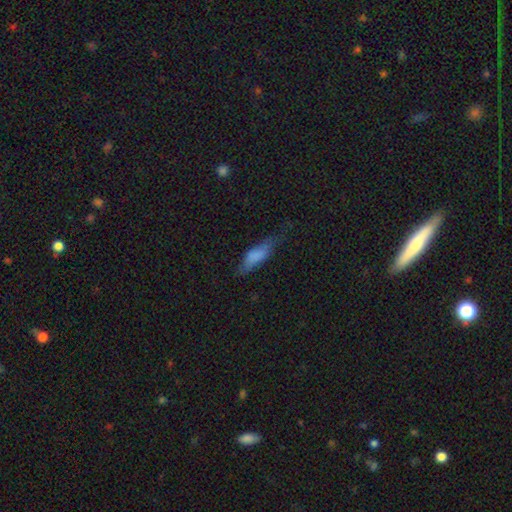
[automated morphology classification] This appears to be a smooth galaxy with no disk features (75%) that is in between round and cigar-shaped (53%). Merging: none (55%).